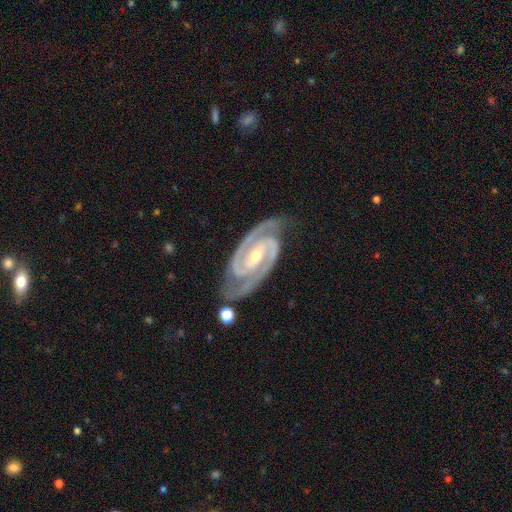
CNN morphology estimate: A featured or disk galaxy (95%) with a strong bar (47%), 2 (94%) tight (58%) spiral arms (99%) and a moderate central bulge (49%, tied with small).

Vote fractions:
- Smooth or featured? featured or disk: 95% / star or artifact: 3% / smooth: 2%
- Edge-on disk? no: 98% / yes: 2%
- Bar? strong: 47% / weak: 32% / no: 20%
- Spiral arms? yes: 99% / no: 1%
- Spiral winding? tight: 58% / medium: 38% / loose: 4%
- Spiral arm count? 2: 94% / 3: 2% / can't tell: 1% / 1: 1% / 4: 1% / more than 4: 1%
- Bulge size? moderate: 49% (tied) / small: 49% (tied) / large: 1% / none: 1% / dominant: 1%
- Merging? none: 82% / minor disturbance: 13% / major disturbance: 3% / merger: 2%